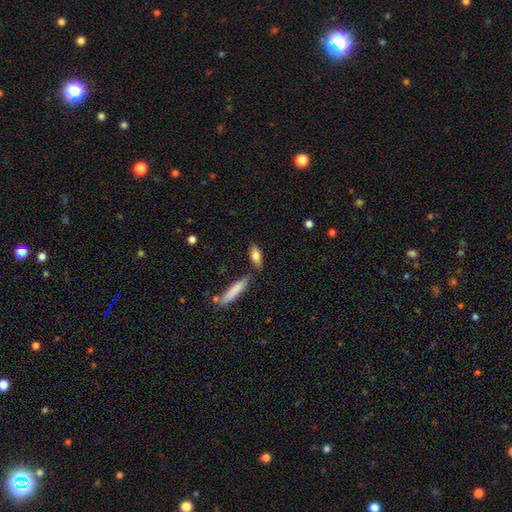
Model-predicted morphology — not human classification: Q: Smooth or featured?
A: smooth (80%); runner-up: featured or disk (13%)
Q: How rounded?
A: in between (64%); runner-up: cigar-shaped (33%)
Q: Merging?
A: none (74%); runner-up: minor disturbance (13%)